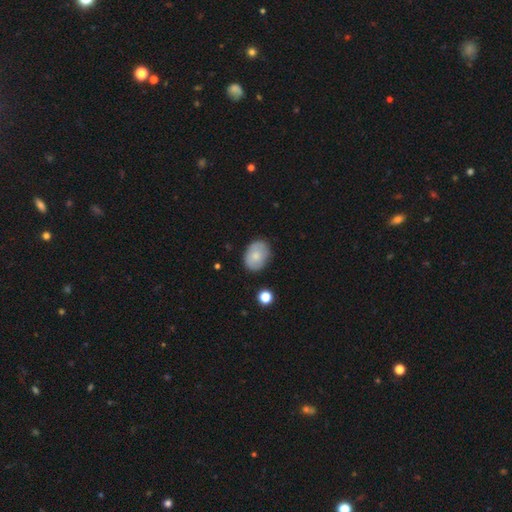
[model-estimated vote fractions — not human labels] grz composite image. It shows a smooth galaxy with no disk features (76%) that is in between round and cigar-shaped (70%). Merging: none (80%).